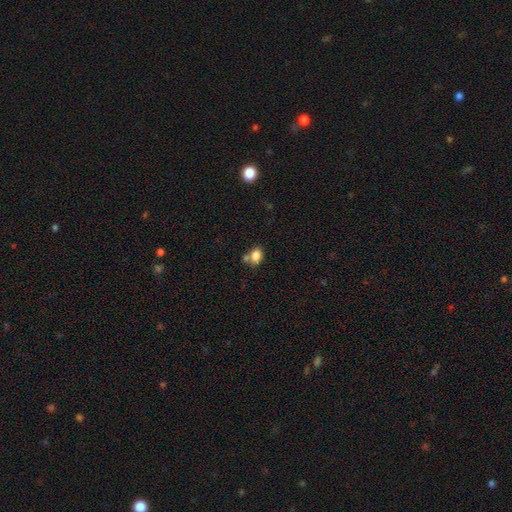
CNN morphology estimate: This appears to be a smooth galaxy with no disk features (82%) that is in between round and cigar-shaped (68%). Merging: none (52%).